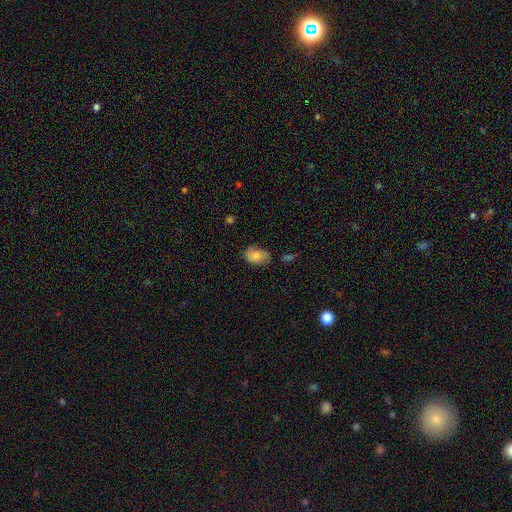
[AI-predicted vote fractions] Smooth or featured: smooth — 77% (featured or disk — 15%)
How rounded: in between — 86% (round — 12%)
Merging: none — 65% (minor disturbance — 26%)